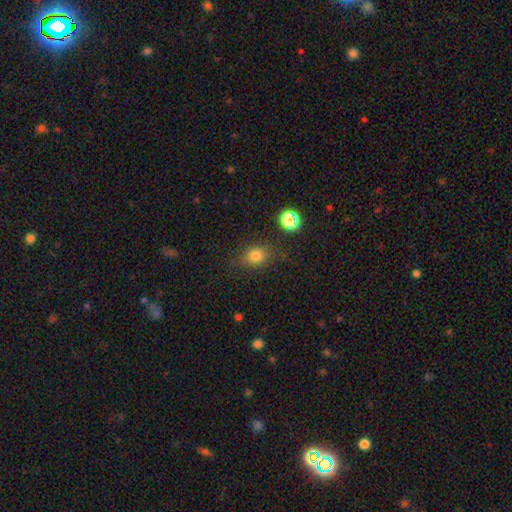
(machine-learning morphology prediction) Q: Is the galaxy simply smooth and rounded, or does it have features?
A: smooth — 78%.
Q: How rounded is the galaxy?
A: round — 49%, tied with in between.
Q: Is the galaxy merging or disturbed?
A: none — 75%.